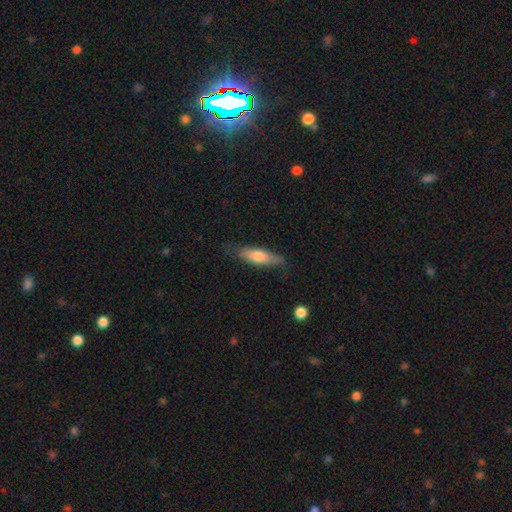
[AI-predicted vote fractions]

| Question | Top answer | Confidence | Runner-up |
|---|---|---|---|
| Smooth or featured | smooth | 69% | featured or disk (25%) |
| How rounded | cigar-shaped | 54% | in between (44%) |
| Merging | none | 73% | minor disturbance (21%) |